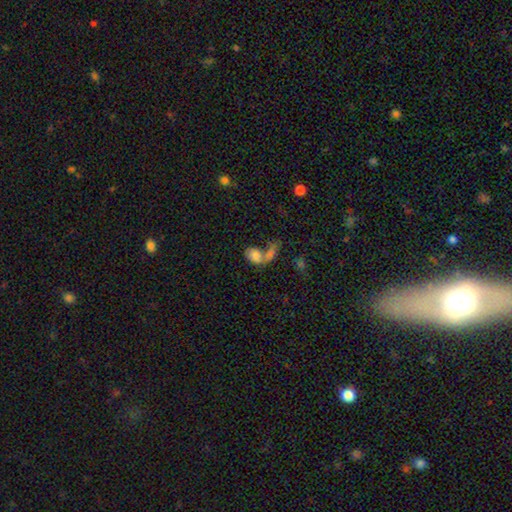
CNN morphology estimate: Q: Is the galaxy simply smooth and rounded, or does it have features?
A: smooth — 70%.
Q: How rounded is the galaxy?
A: in between — 81%.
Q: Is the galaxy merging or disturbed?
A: merger — 59%.